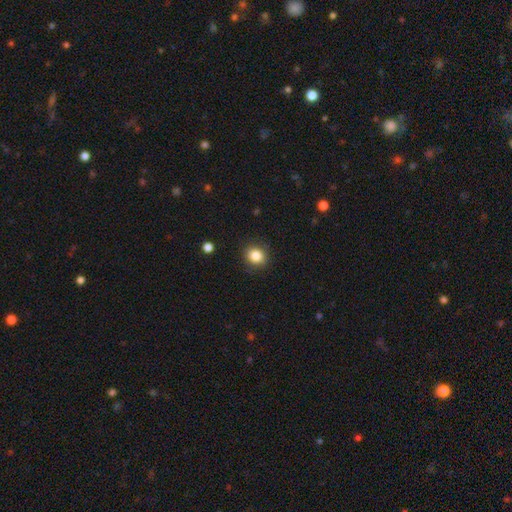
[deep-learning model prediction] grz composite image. It shows a smooth galaxy with no disk features (84%) that is round (77%). Merging: none (88%).